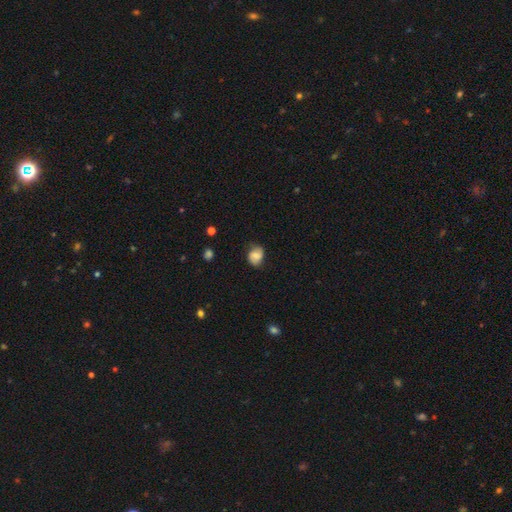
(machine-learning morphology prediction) This appears to be a smooth galaxy with no disk features (68%) that is round (51%). Merging: none (67%).